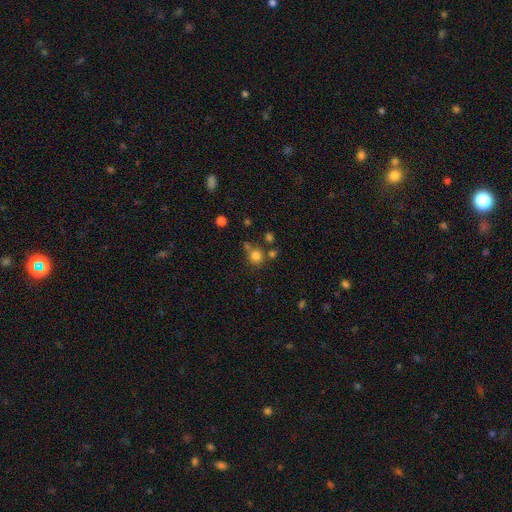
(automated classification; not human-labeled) This is likely a smooth galaxy (78%). How rounded: clearly round (89%). Merging: likely none (66%).